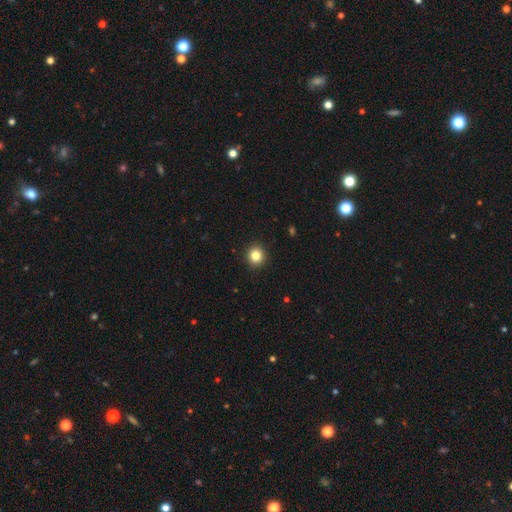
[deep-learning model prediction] A smooth galaxy with no disk features (83%) that is round (92%). Merging: none (93%).